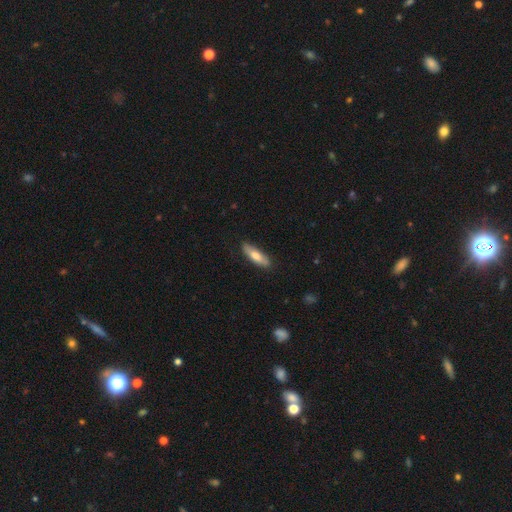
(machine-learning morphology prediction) This is likely a smooth galaxy (70%). How rounded: possibly cigar-shaped (53%). Merging: clearly none (83%).